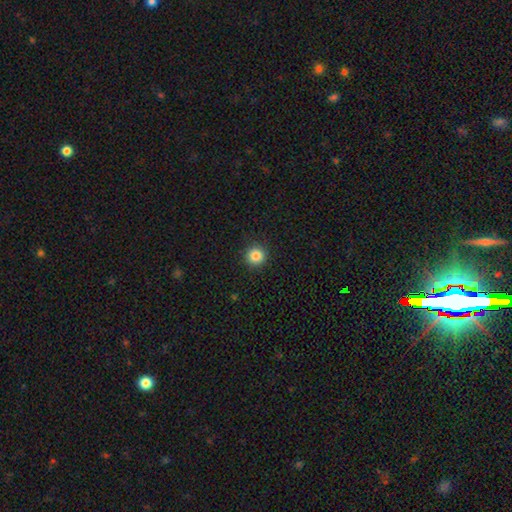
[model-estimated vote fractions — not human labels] Smooth or featured? smooth (84%)
How rounded? round (95%)
Merging? none (92%)